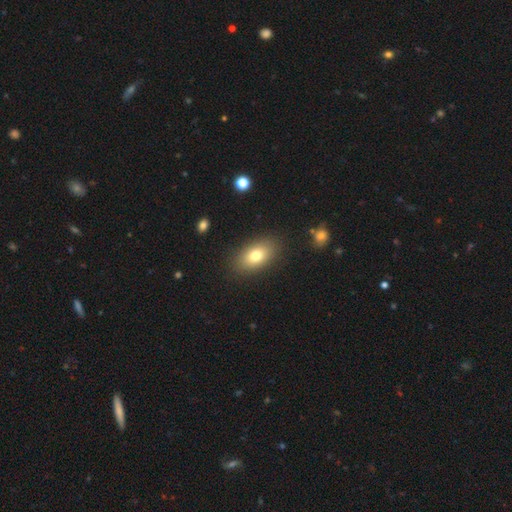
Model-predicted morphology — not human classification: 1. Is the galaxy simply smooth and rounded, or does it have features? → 76% smooth, 15% featured or disk, 9% star or artifact.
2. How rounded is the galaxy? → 89% in between, 9% round, 3% cigar-shaped.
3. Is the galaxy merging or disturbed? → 87% none, 9% minor disturbance, 3% major disturbance, 1% merger.